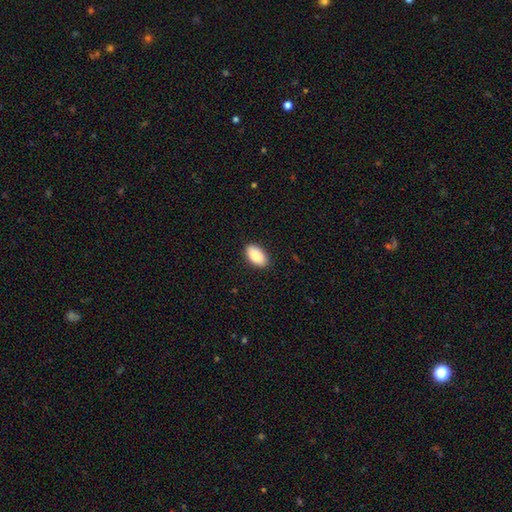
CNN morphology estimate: Smooth or featured? smooth (87%)
How rounded? in between (94%)
Merging? none (88%)